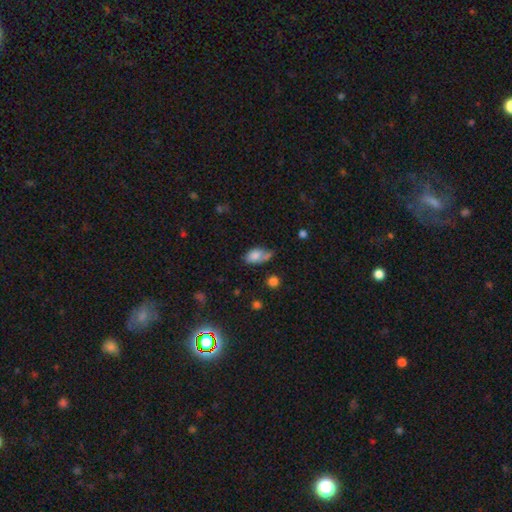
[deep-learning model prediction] A smooth galaxy with no disk features (78%) that is in between round and cigar-shaped (87%). Merging: none (38%).